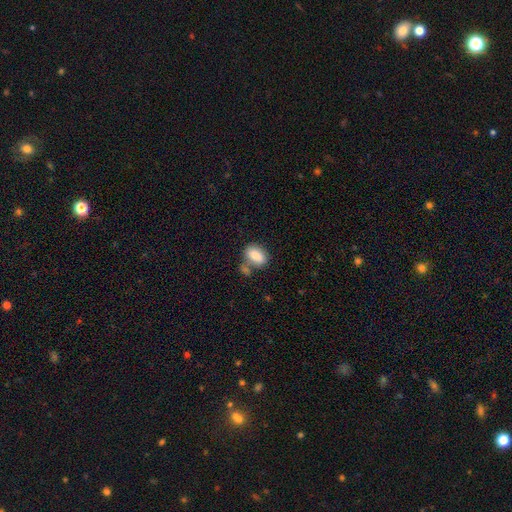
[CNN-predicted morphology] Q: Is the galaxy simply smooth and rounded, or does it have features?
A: smooth — 84%.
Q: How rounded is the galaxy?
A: in between — 84%.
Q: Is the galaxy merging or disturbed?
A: none — 56%.